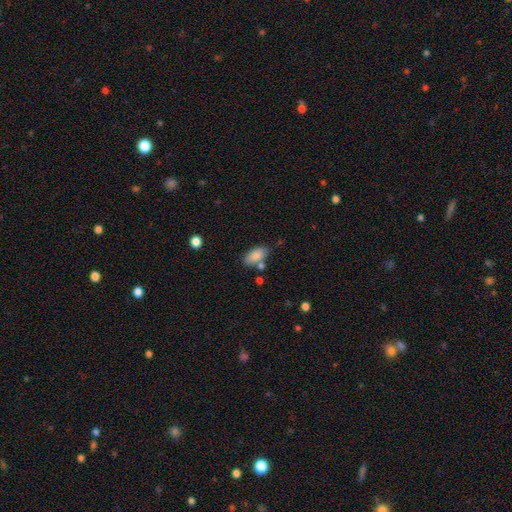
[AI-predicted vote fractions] The model was most divided on "merging": none: 69%, minor disturbance: 16%, merger: 11%, major disturbance: 4%. More confident: how rounded — in between (92%); smooth or featured — smooth (85%).